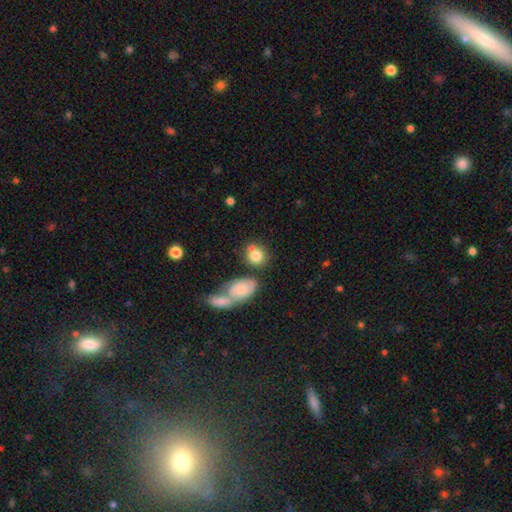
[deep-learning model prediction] smooth_or_featured: smooth (p=0.77) [alt: featured or disk p=0.13]
how_rounded: round (p=0.69) [alt: in between p=0.29]
merging: none (p=0.45) [alt: merger p=0.37]